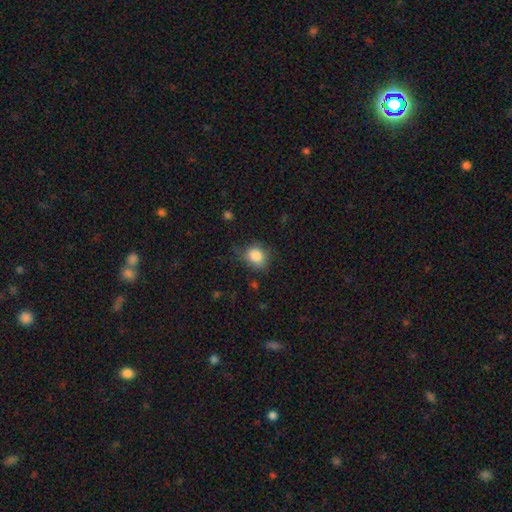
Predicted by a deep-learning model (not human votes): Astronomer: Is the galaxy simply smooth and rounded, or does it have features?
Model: smooth — 85%.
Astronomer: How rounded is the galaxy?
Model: round — 60% (runner-up: in between, 39%).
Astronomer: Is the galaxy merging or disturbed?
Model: none — 63%.